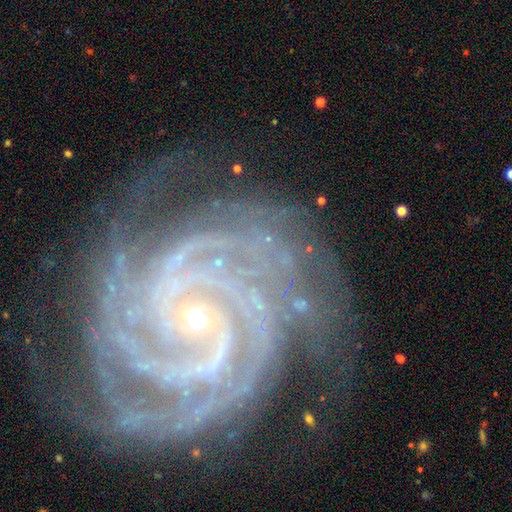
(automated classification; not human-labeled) Q: Smooth or featured?
A: featured or disk (92%); runner-up: star or artifact (5%)
Q: Edge-on disk?
A: no (98%); runner-up: yes (2%)
Q: Bar?
A: no (62%); runner-up: weak (24%)
Q: Spiral arms?
A: yes (99%); runner-up: no (1%)
Q: Spiral winding?
A: tight (77%); runner-up: medium (20%)
Q: Spiral arm count?
A: 4 (22%); runner-up: 3 (20%)
Q: Bulge size?
A: small (85%); runner-up: moderate (11%)
Q: Merging?
A: none (72%); runner-up: minor disturbance (18%)